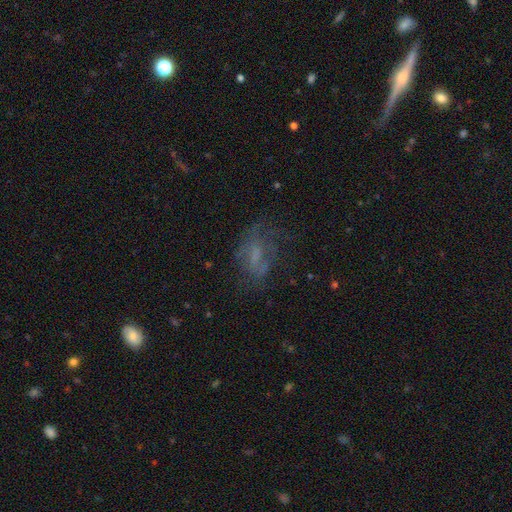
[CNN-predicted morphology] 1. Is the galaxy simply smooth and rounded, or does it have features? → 41% featured or disk, 38% smooth, 21% star or artifact.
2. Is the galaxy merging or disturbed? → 46% none, 29% major disturbance, 22% minor disturbance, 3% merger.